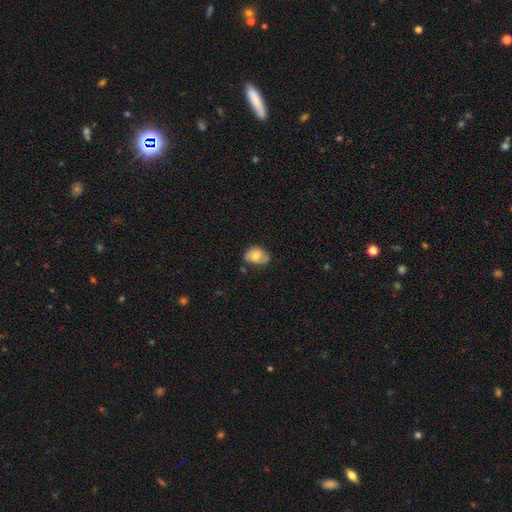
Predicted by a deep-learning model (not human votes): Morphology: type=smooth (73%); roundness=in between (75%); merging=none (57%).